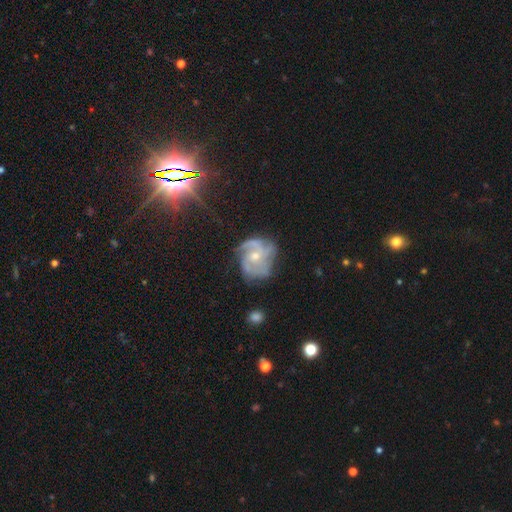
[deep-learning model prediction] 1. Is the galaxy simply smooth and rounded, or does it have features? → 83% featured or disk, 10% smooth, 7% star or artifact.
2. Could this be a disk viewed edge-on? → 98% no, 2% yes.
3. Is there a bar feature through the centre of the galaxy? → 72% no, 24% weak, 4% strong.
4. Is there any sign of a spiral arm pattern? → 94% yes, 6% no.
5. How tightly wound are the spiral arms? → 45% medium, 42% tight, 13% loose.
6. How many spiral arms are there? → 46% 3, 18% 2, 17% can't tell, 10% 4, 5% 1, 5% more than 4.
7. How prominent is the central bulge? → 49% small, 47% moderate, 2% none, 1% large, 1% dominant.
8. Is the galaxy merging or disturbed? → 60% none, 24% minor disturbance, 13% major disturbance, 2% merger.